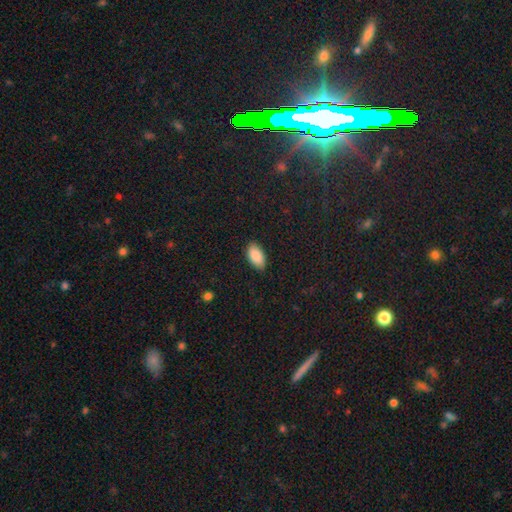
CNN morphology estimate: This appears to be a smooth galaxy with no disk features (89%) that is in between round and cigar-shaped (95%). Merging: none (85%).